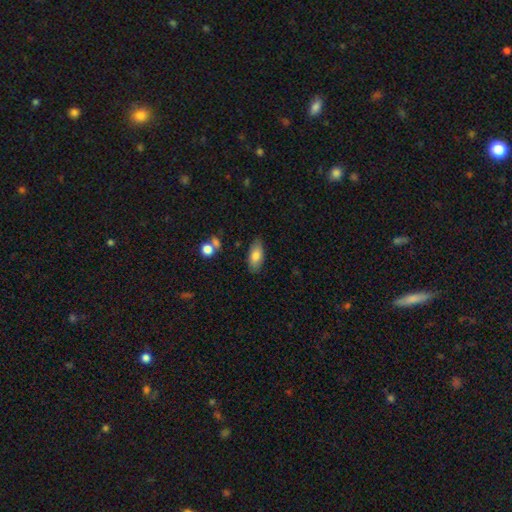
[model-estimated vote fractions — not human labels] Smooth or featured? smooth (78%)
How rounded? in between (86%)
Merging? none (82%)